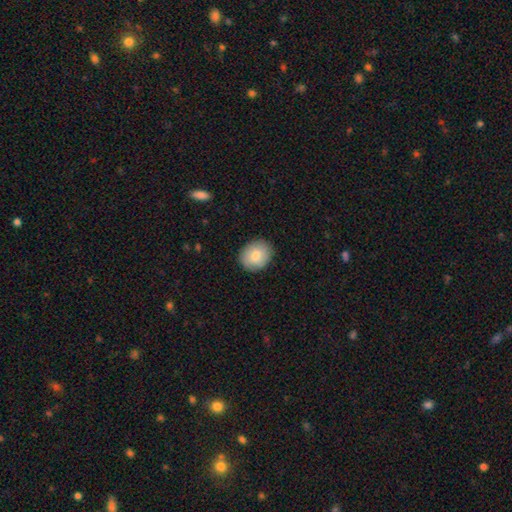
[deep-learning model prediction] smooth 80%, featured or disk 13%, star or artifact 7%. Down the decision tree: how rounded — round (65%); merging — none (88%).